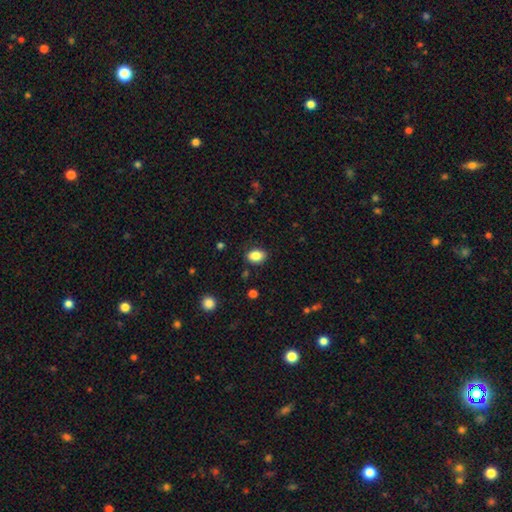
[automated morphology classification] Smooth or featured? Predicted: smooth (p=0.85). How rounded? Predicted: in between (p=0.75). Merging? Predicted: none (p=0.85).